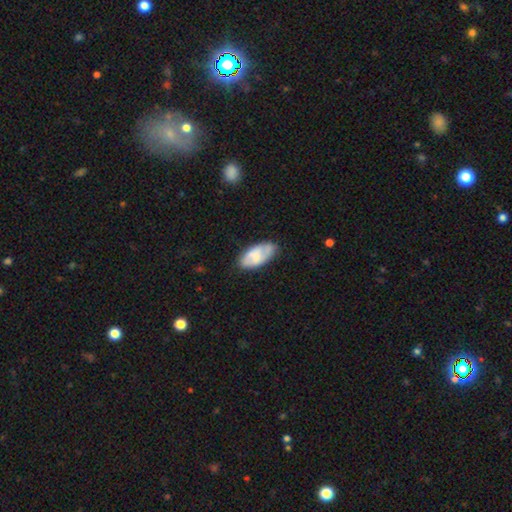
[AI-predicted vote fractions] smooth 52%, featured or disk 42%, star or artifact 6%. Down the decision tree: how rounded — in between (92%); merging — none (73%).